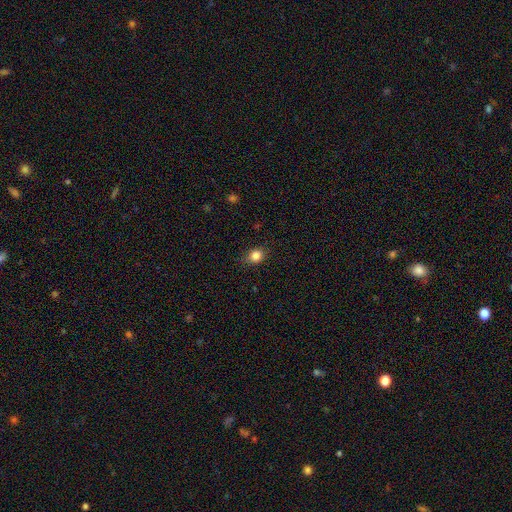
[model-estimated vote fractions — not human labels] This is clearly a smooth galaxy (84%). How rounded: possibly round (55%). Merging: clearly none (80%).